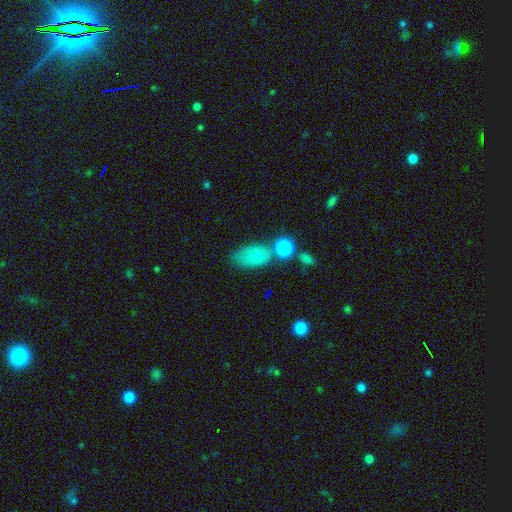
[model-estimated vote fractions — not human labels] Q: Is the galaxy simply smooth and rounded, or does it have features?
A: smooth — 76%.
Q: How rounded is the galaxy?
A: in between — 87%.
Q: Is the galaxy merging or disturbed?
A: none — 50%.